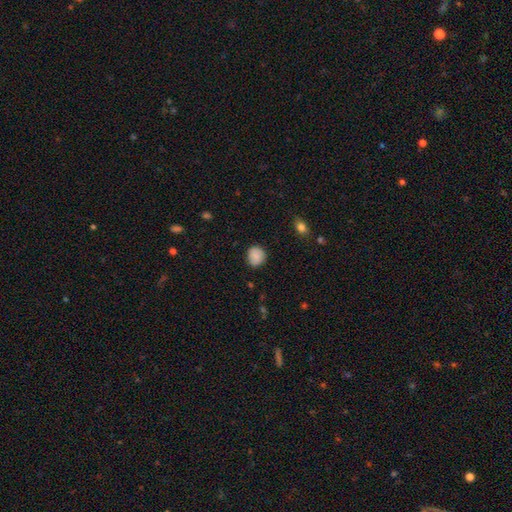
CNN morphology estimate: Q: Smooth or featured?
A: smooth (86%); runner-up: star or artifact (8%)
Q: How rounded?
A: round (78%); runner-up: in between (21%)
Q: Merging?
A: none (82%); runner-up: minor disturbance (14%)